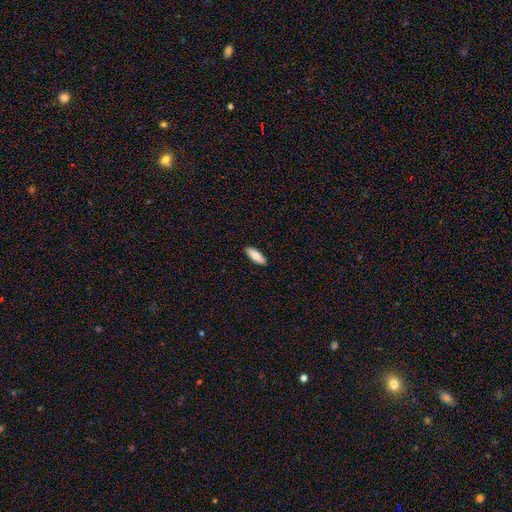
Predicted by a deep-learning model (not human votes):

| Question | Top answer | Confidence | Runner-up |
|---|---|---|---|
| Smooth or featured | smooth | 87% | featured or disk (7%) |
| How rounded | in between | 68% | cigar-shaped (31%) |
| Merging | none | 90% | minor disturbance (7%) |